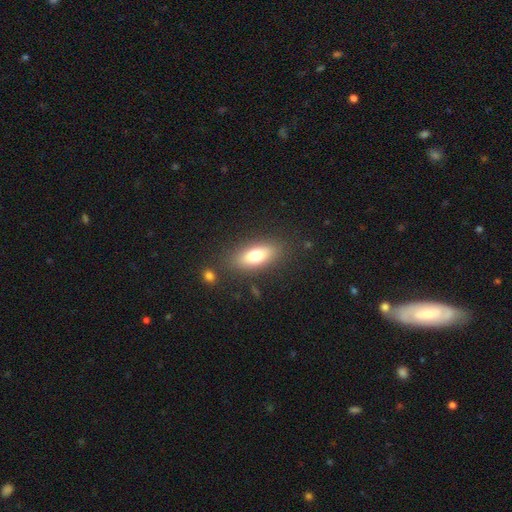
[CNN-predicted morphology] smooth_or_featured: smooth (p=0.72) [alt: featured or disk p=0.20]
how_rounded: in between (p=0.76) [alt: cigar-shaped p=0.20]
merging: none (p=0.83) [alt: minor disturbance p=0.10]